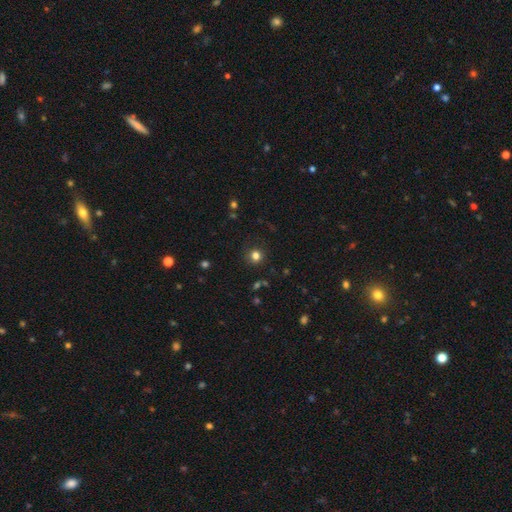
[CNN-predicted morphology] Q: Smooth or featured?
A: smooth (80%); runner-up: star or artifact (15%)
Q: How rounded?
A: round (92%); runner-up: in between (7%)
Q: Merging?
A: none (89%); runner-up: minor disturbance (7%)